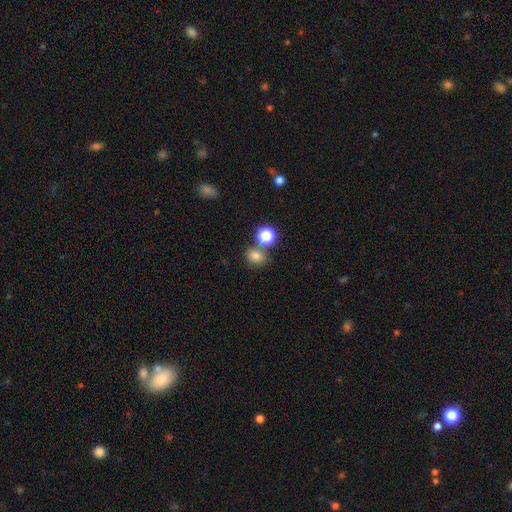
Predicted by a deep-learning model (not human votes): Morphology: type=smooth (77%); roundness=round (51%); merging=none (69%).